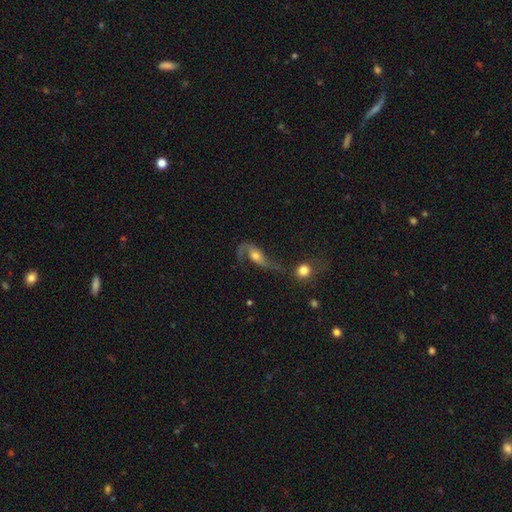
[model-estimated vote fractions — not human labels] The model was most divided on "merging": major disturbance: 35%, none: 33%, minor disturbance: 18%, merger: 14%. More confident: edge-on disk — no (90%); spiral arms — yes (87%); spiral winding — loose (77%); spiral arm count — 2 (77%); smooth or featured — featured or disk (69%); bulge size — moderate (61%); bar — no (61%).